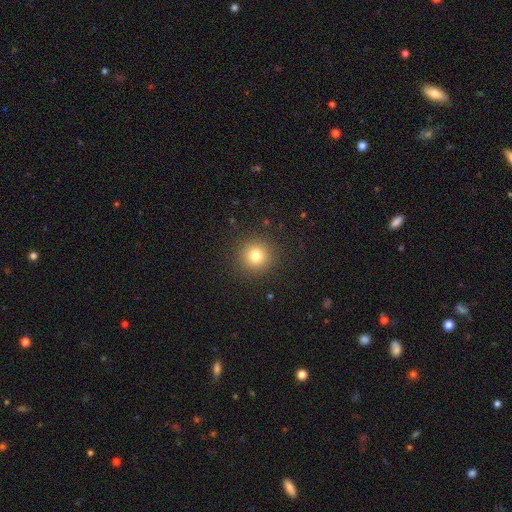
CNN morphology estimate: Smooth or featured?
  - smooth: 79% *
  - star or artifact: 13%
  - featured or disk: 8%
How rounded?
  - round: 94% *
  - in between: 5%
  - cigar-shaped: 1%
Merging?
  - none: 91% *
  - minor disturbance: 6%
  - major disturbance: 2%
  - merger: 1%